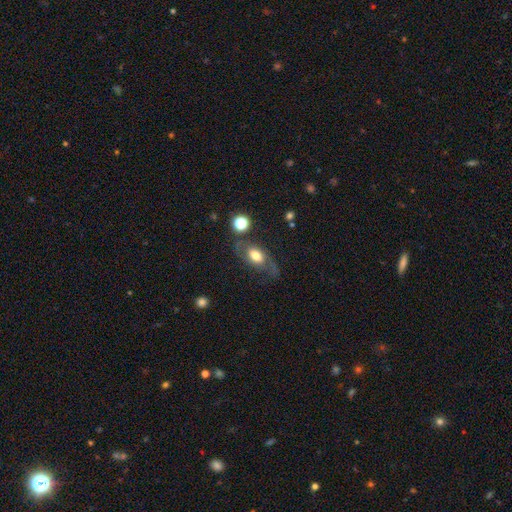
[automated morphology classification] smooth-or-featured: featured or disk: 46% | smooth: 45% | star or artifact: 9%
  merging: none: 53% | minor disturbance: 22% | major disturbance: 20% | merger: 6%